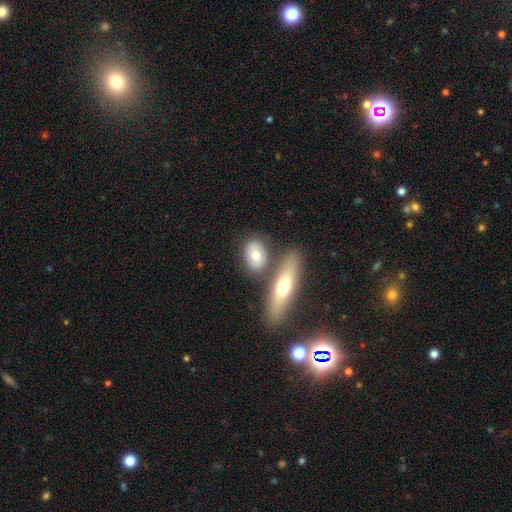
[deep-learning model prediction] This appears to be a smooth galaxy with no disk features (65%) that is in between round and cigar-shaped (75%). Merging: none (65%).